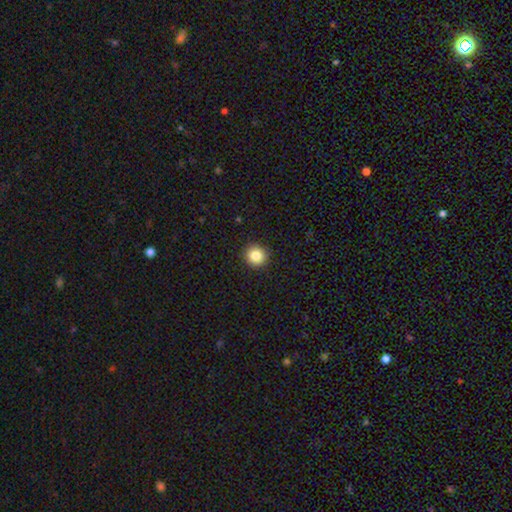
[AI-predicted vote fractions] smooth_or_featured: smooth (p=0.85) [alt: star or artifact p=0.10]
how_rounded: round (p=0.94) [alt: in between p=0.06]
merging: none (p=0.92) [alt: minor disturbance p=0.05]